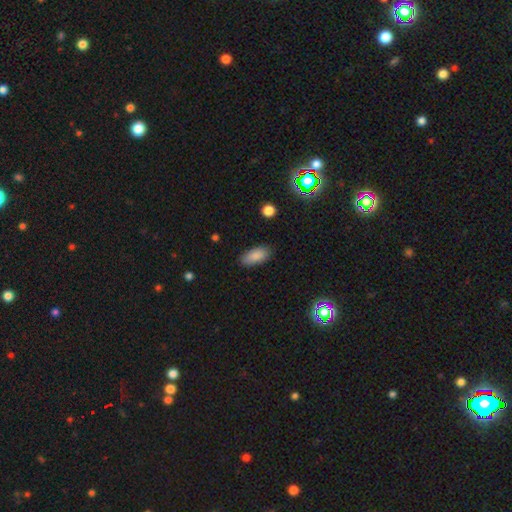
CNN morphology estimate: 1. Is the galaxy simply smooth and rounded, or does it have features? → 87% smooth, 8% star or artifact, 6% featured or disk.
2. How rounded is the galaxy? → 87% in between, 10% cigar-shaped, 2% round.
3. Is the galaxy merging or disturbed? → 86% none, 11% minor disturbance, 2% major disturbance, 1% merger.